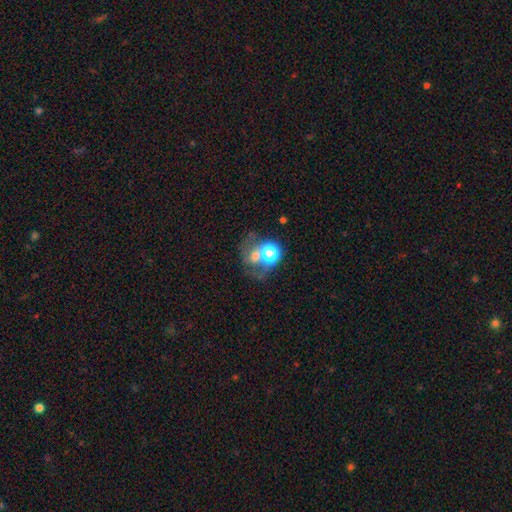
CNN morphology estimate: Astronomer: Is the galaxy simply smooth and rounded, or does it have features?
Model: smooth — 50% (runner-up: featured or disk, 33%).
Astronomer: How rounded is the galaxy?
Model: round — 62% (runner-up: in between, 37%).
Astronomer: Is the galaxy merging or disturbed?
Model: merger — 48% (runner-up: none, 27%).